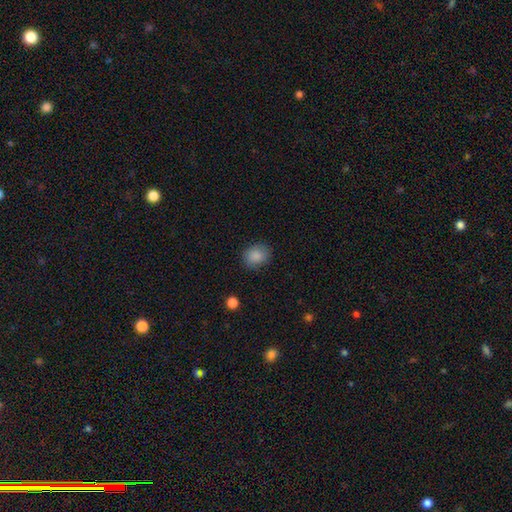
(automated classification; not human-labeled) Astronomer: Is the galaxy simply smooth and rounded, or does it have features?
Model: smooth — 87%.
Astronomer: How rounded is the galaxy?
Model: round — 55% (runner-up: in between, 44%).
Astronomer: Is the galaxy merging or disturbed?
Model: none — 83%.